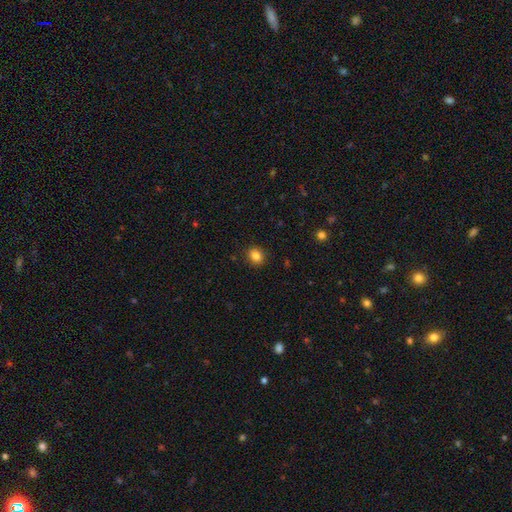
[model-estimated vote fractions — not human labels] Morphology: type=smooth (84%); roundness=round (69%); merging=none (90%).